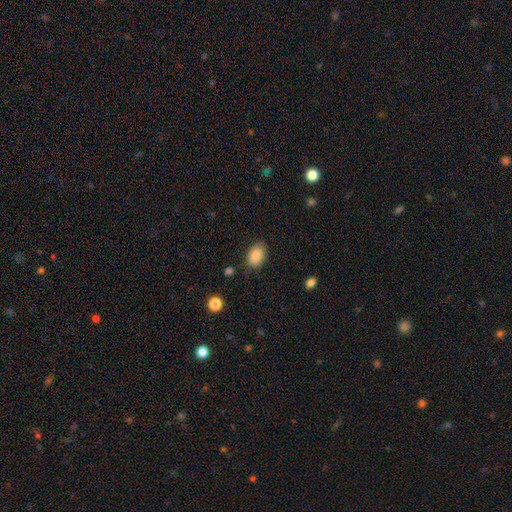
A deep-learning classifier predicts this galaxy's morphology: Overall: smooth (86%). How rounded: in between (85%). Merging: none (81%).